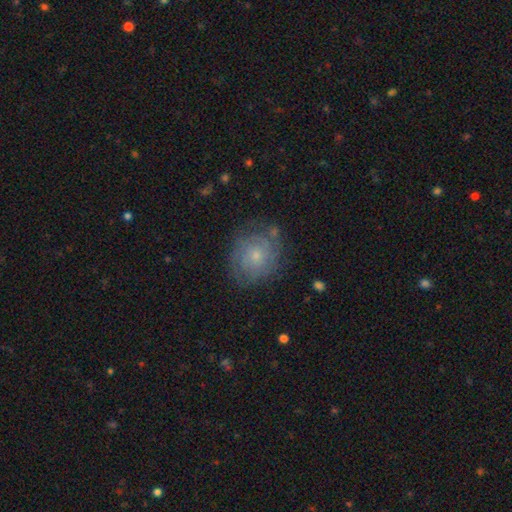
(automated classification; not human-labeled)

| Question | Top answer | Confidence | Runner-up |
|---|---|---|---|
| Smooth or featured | featured or disk | 50% | smooth (41%) |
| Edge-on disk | no | 97% | yes (3%) |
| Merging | none | 71% | minor disturbance (19%) |